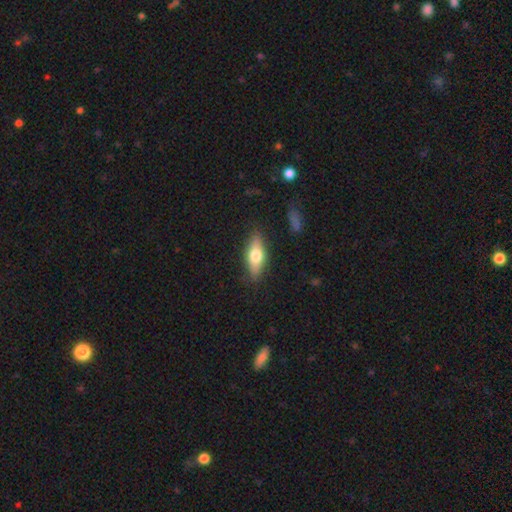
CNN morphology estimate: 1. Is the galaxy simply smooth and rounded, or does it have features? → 61% smooth, 32% featured or disk, 6% star or artifact.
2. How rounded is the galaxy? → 65% in between, 31% cigar-shaped, 3% round.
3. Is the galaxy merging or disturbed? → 84% none, 11% minor disturbance, 3% major disturbance, 2% merger.